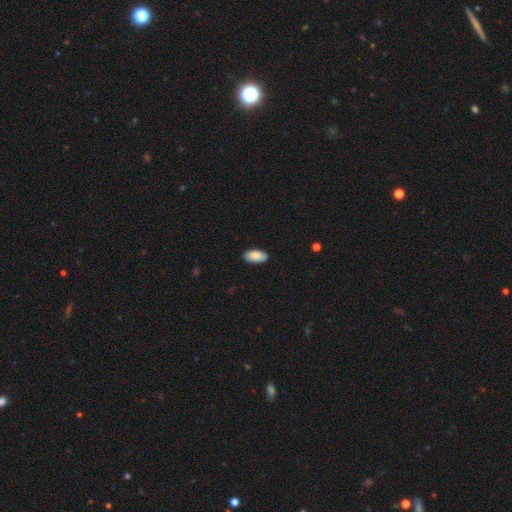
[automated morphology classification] This appears to be a smooth galaxy with no disk features (88%) that is in between round and cigar-shaped (94%). Merging: none (88%).